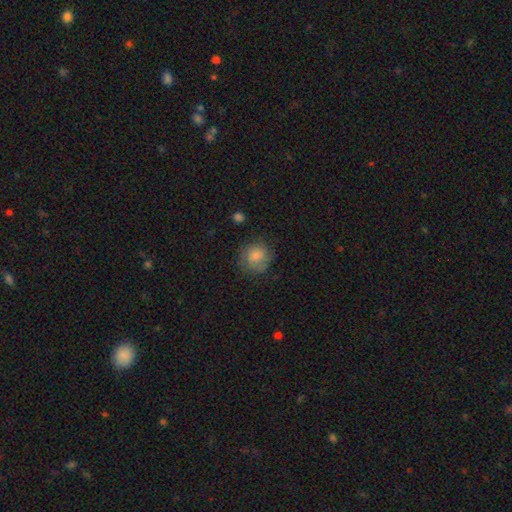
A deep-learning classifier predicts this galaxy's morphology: type=smooth (73%); roundness=round (86%); merging=none (74%).